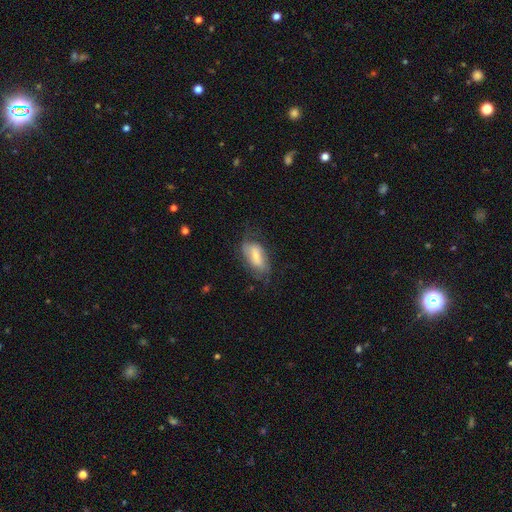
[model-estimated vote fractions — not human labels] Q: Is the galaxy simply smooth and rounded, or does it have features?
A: smooth — 55%.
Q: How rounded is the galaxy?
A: in between — 88%.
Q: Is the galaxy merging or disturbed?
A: none — 54%.